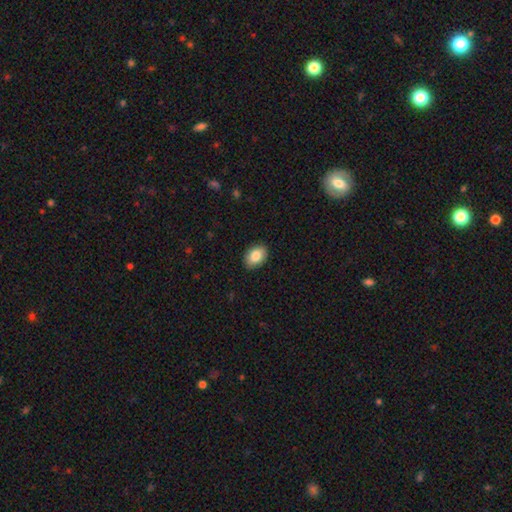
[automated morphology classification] Smooth or featured? Predicted: smooth (p=0.86). How rounded? Predicted: in between (p=0.82). Merging? Predicted: none (p=0.88).